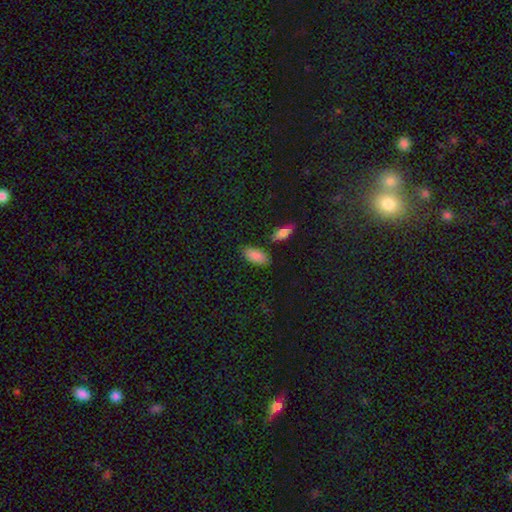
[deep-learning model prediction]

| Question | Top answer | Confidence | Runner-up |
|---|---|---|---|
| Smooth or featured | smooth | 87% | star or artifact (7%) |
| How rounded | in between | 91% | cigar-shaped (7%) |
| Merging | none | 80% | minor disturbance (12%) |